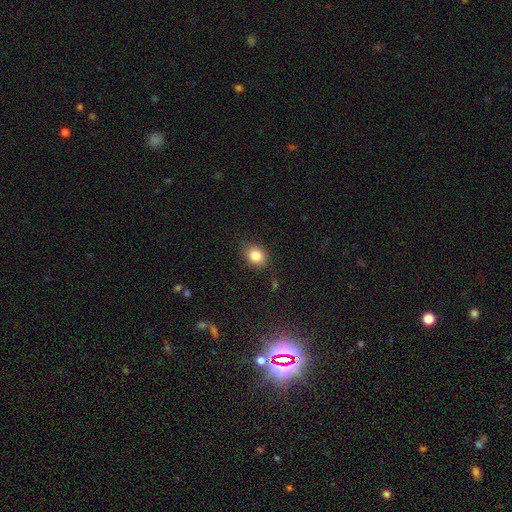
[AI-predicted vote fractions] smooth 83%, star or artifact 10%, featured or disk 7%. Down the decision tree: how rounded — in between (50%); merging — none (82%).